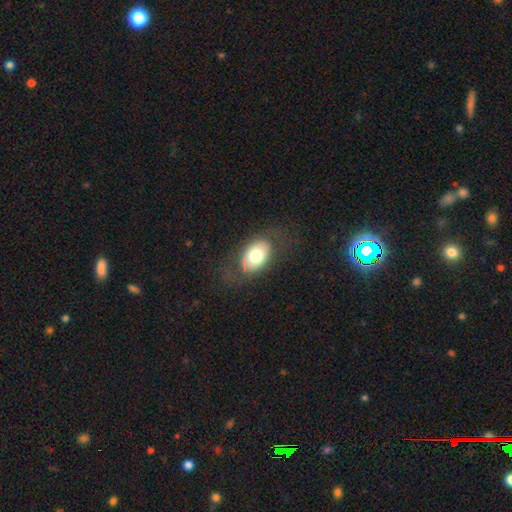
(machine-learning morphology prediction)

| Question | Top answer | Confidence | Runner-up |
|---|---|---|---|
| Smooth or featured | smooth | 67% | featured or disk (26%) |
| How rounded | in between | 86% | round (12%) |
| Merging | none | 71% | minor disturbance (17%) |